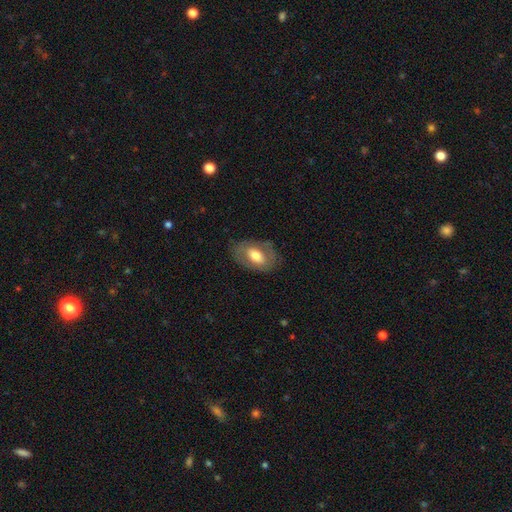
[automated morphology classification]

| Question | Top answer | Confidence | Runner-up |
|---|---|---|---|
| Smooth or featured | smooth | 56% | featured or disk (38%) |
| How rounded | in between | 88% | round (10%) |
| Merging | none | 75% | minor disturbance (17%) |